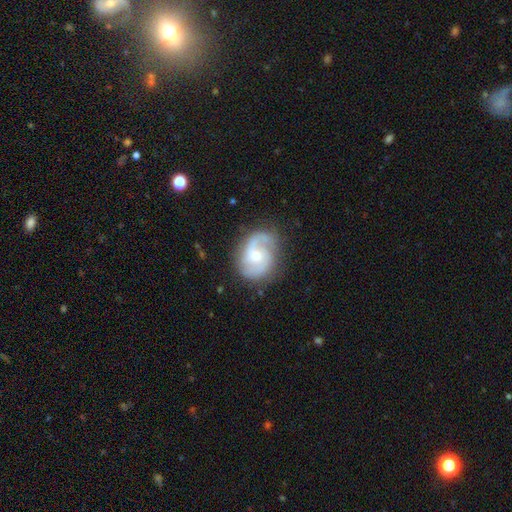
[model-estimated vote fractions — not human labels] A featured or disk galaxy (84%) with no bar (55%), 2 (83%) medium (51%) spiral arms (96%) and a moderate central bulge (51%). Merging: none (76%).